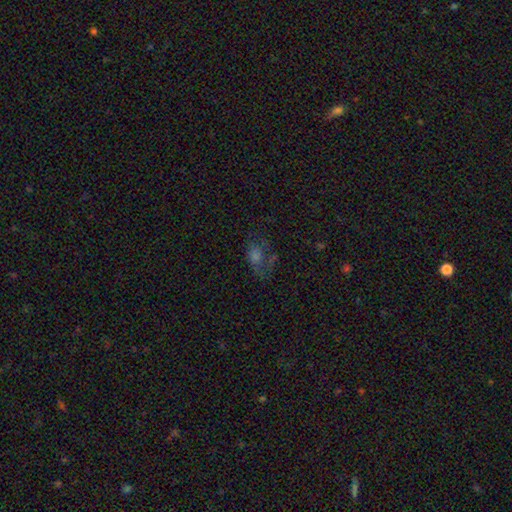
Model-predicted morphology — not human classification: Smooth or featured: smooth — 45% (featured or disk — 29%)
Merging: none — 44% (major disturbance — 28%)